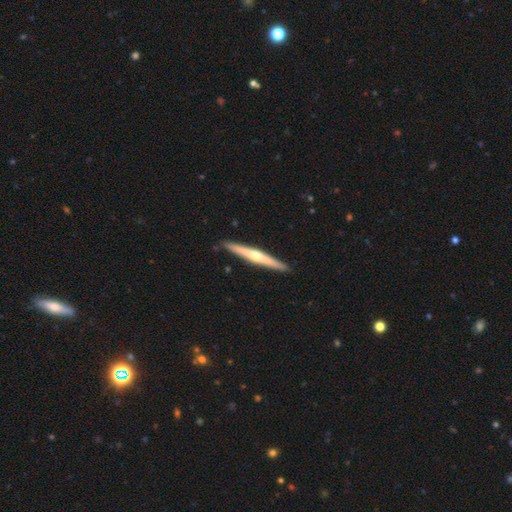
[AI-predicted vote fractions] Smooth or featured?
  - featured or disk: 67% *
  - smooth: 28%
  - star or artifact: 5%
Edge-on disk?
  - yes: 98% *
  - no: 2%
Edge-on bulge?
  - rounded: 83% *
  - none: 13%
  - boxy: 4%
Merging?
  - none: 91% *
  - minor disturbance: 6%
  - major disturbance: 1%
  - merger: 1%